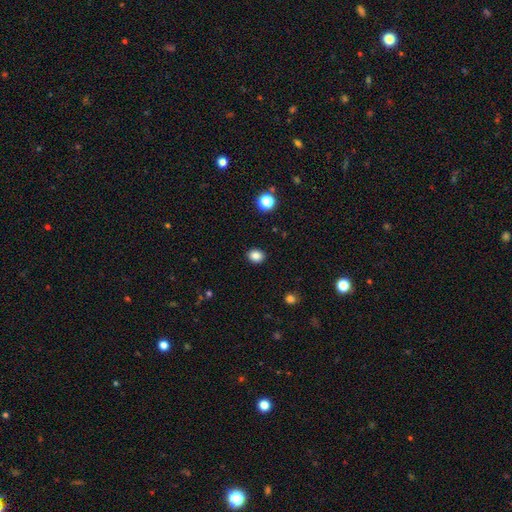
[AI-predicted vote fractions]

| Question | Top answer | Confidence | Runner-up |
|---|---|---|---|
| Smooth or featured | smooth | 86% | star or artifact (11%) |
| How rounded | round | 58% | in between (41%) |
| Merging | none | 90% | minor disturbance (7%) |